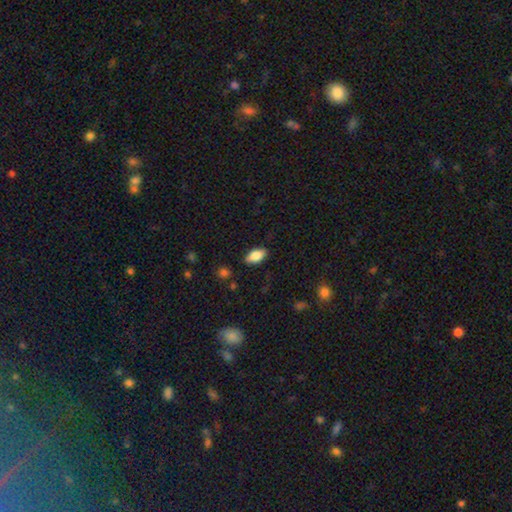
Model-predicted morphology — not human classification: Q: Smooth or featured?
A: smooth (81%); runner-up: featured or disk (12%)
Q: How rounded?
A: in between (89%); runner-up: cigar-shaped (7%)
Q: Merging?
A: none (86%); runner-up: minor disturbance (10%)